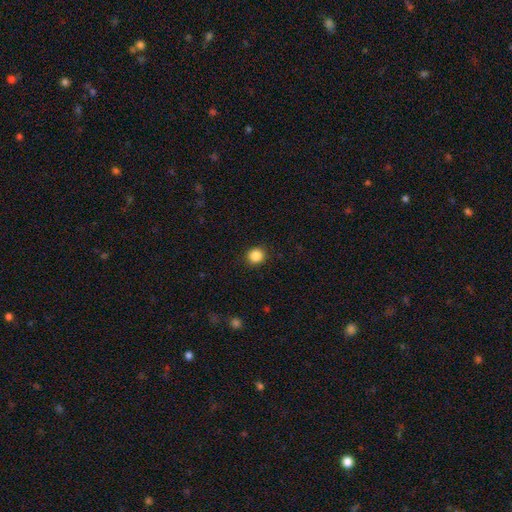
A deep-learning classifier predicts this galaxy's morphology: This is clearly a smooth galaxy (87%). How rounded: clearly round (88%). Merging: clearly none (91%).